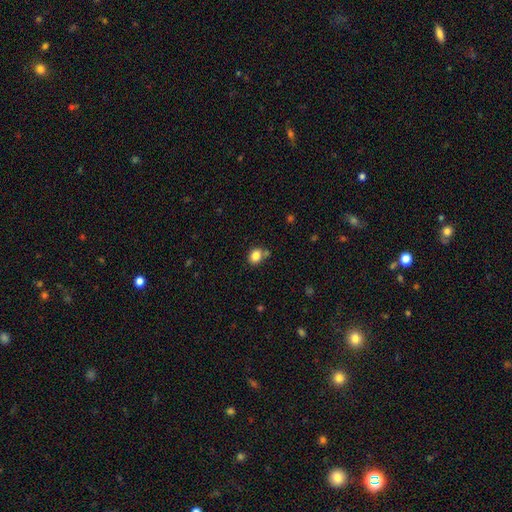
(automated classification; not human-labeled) The model was most divided on "how rounded": round: 53%, in between: 46%, cigar-shaped: 1%. More confident: smooth or featured — smooth (83%); merging — none (67%).